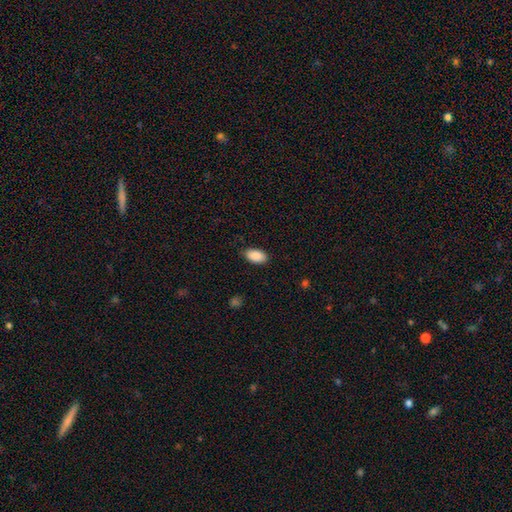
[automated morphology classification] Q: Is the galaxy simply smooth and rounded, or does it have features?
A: smooth — 90%.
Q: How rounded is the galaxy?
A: in between — 95%.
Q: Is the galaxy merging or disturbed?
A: none — 85%.